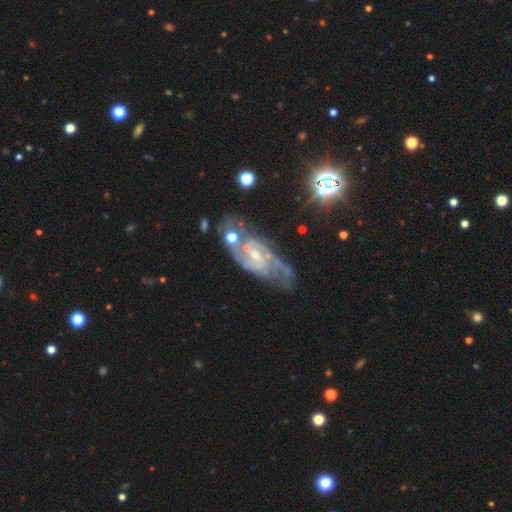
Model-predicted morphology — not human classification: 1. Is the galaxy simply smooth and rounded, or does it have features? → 86% featured or disk, 8% star or artifact, 6% smooth.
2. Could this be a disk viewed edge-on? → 94% no, 6% yes.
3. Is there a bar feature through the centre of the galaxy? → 51% weak, 35% no, 14% strong.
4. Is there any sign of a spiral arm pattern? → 96% yes, 4% no.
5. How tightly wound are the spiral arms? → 49% medium, 36% tight, 14% loose.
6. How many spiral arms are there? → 64% 2, 17% can't tell, 10% 3, 3% 4, 3% 1, 3% more than 4.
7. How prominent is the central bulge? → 61% small, 32% moderate, 4% none, 2% large, 1% dominant.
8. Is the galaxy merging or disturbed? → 56% none, 21% minor disturbance, 12% major disturbance, 11% merger.